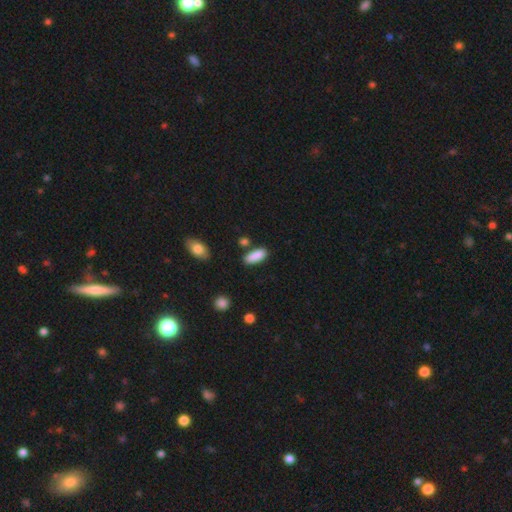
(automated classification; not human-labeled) Smooth or featured?
  - smooth: 89% *
  - star or artifact: 6%
  - featured or disk: 5%
How rounded?
  - in between: 74% *
  - cigar-shaped: 24%
  - round: 2%
Merging?
  - none: 78% *
  - minor disturbance: 12%
  - merger: 6%
  - major disturbance: 3%